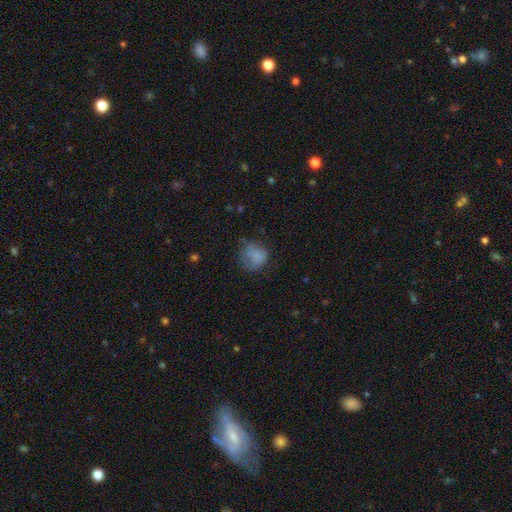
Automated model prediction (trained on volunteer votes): Smooth or featured? smooth (73%)
How rounded? round (70%)
Merging? none (48%)